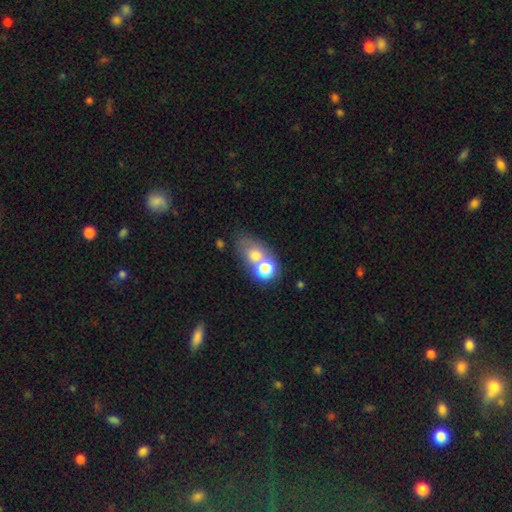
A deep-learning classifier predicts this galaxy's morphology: This appears to be a smooth galaxy with no disk features (65%) that is in between round and cigar-shaped (56%). Merging: merger (58%).